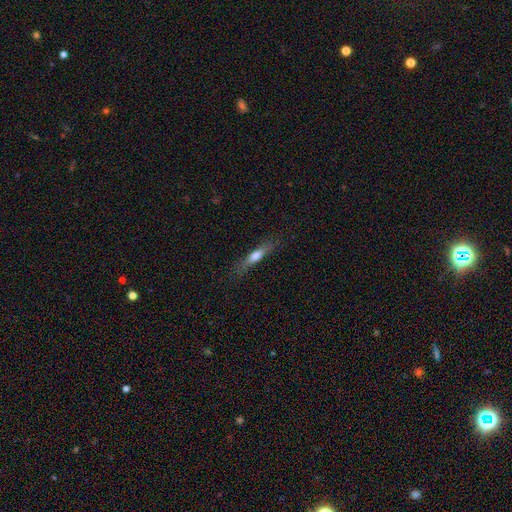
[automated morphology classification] Q: Smooth or featured?
A: smooth (59%); runner-up: featured or disk (34%)
Q: How rounded?
A: cigar-shaped (81%); runner-up: in between (17%)
Q: Merging?
A: none (77%); runner-up: minor disturbance (16%)